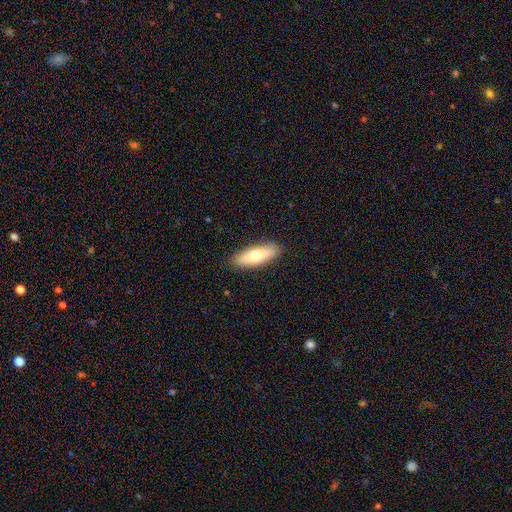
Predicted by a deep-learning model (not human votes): The model was most divided on "how rounded": in between: 53%, cigar-shaped: 45%, round: 2%. More confident: merging — none (88%); smooth or featured — smooth (66%).